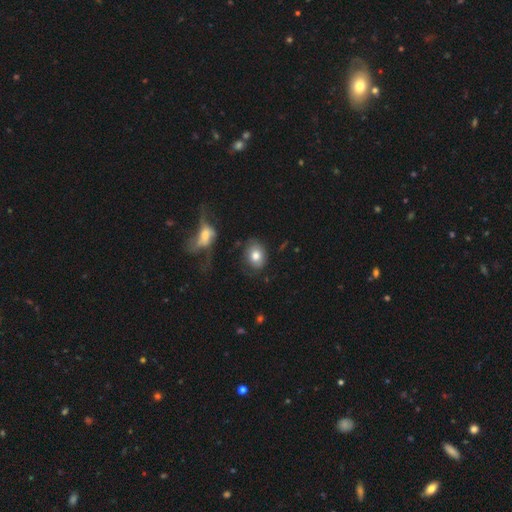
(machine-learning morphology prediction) A smooth galaxy with no disk features (74%) that is in between round and cigar-shaped (55%).

Vote fractions:
- Smooth or featured? smooth: 74% / featured or disk: 18% / star or artifact: 8%
- How rounded? in between: 55% / round: 43% / cigar-shaped: 1%
- Merging? none: 64% / minor disturbance: 19% / major disturbance: 11% / merger: 6%